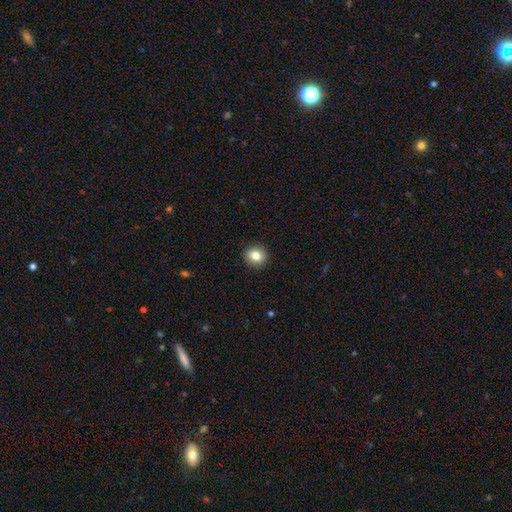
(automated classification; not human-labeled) Smooth or featured? smooth (83%)
How rounded? round (84%)
Merging? none (92%)